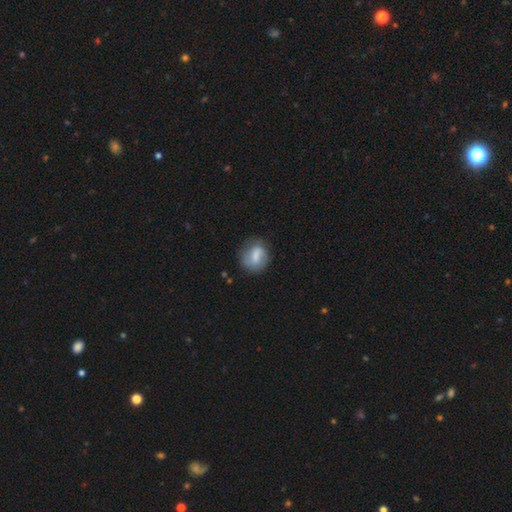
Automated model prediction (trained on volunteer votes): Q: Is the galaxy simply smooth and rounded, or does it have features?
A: smooth — 64%.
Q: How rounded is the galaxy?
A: round — 65%.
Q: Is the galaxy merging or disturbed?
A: none — 68%.